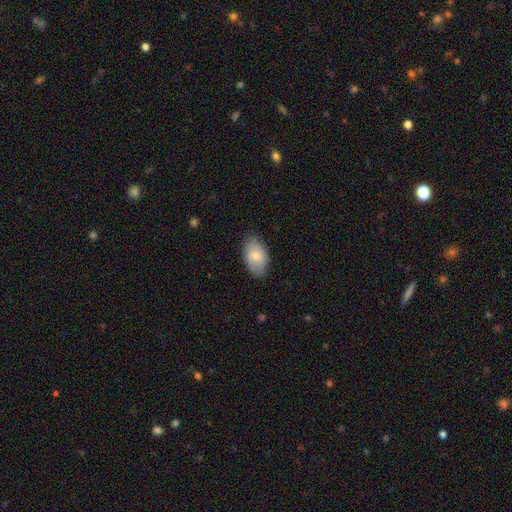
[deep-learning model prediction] This is likely a smooth galaxy (69%). How rounded: clearly in between (92%). Merging: clearly none (80%).